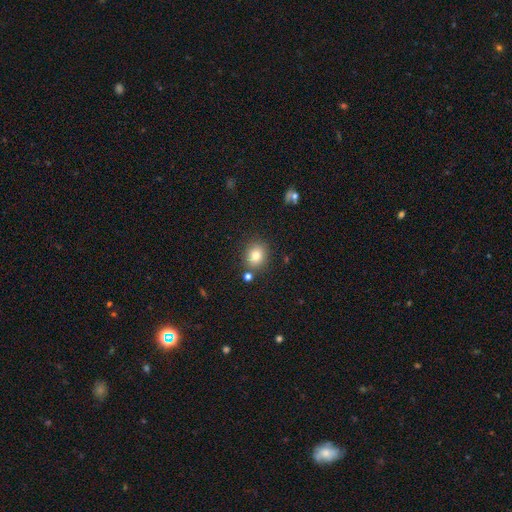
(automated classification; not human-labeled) The model was most divided on "how rounded": round: 62%, in between: 37%, cigar-shaped: 1%. More confident: merging — none (80%); smooth or featured — smooth (80%).